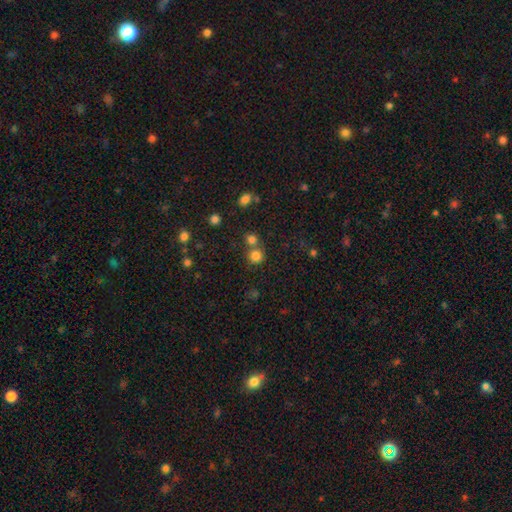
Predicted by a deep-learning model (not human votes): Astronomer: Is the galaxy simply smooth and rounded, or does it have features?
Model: smooth — 79%.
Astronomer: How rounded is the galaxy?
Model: round — 92%.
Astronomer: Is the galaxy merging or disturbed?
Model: none — 64%.